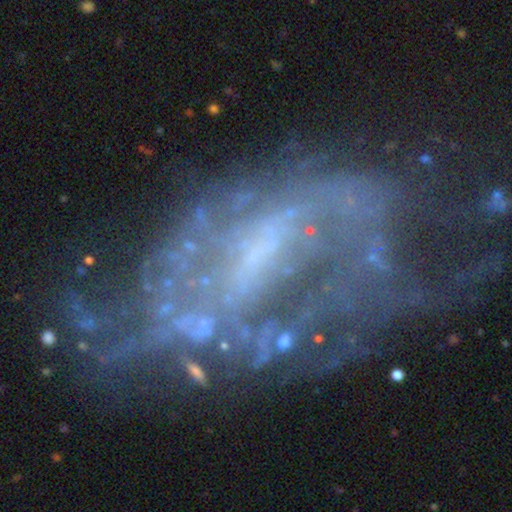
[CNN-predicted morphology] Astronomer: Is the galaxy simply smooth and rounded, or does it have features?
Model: featured or disk — 74%.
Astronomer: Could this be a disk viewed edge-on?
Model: no — 94%.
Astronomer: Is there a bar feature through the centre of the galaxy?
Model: weak — 45% (runner-up: strong, 28%).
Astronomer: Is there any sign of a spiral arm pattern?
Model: yes — 77%.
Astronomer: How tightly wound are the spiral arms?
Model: medium — 40% (runner-up: tight, 36%).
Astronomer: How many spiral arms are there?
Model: can't tell — 42% (runner-up: 2, 37%).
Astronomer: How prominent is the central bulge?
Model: small — 45% (runner-up: none, 33%).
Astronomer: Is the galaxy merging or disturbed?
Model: none — 54%.